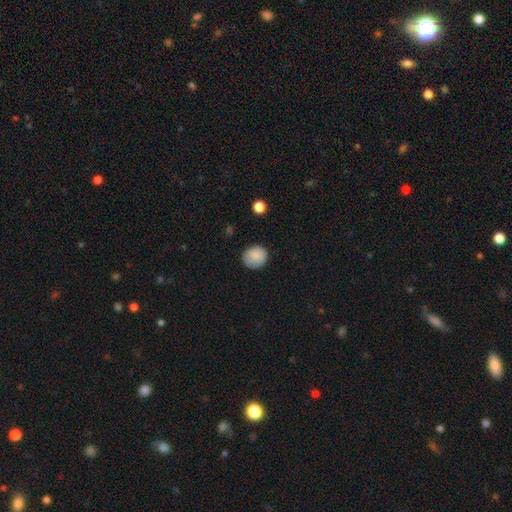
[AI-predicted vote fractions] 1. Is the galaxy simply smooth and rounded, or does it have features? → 87% smooth, 8% star or artifact, 5% featured or disk.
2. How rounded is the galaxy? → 83% round, 16% in between, 1% cigar-shaped.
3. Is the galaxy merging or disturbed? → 83% none, 13% minor disturbance, 3% major disturbance, 1% merger.